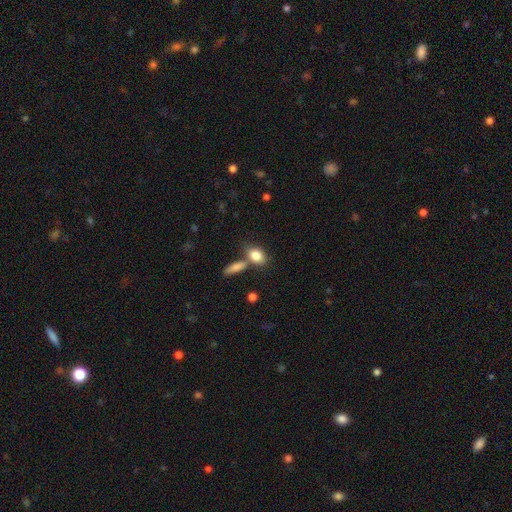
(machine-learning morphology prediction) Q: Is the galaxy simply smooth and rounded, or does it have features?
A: smooth — 83%.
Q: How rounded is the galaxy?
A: in between — 75%.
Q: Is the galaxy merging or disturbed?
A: none — 53%.